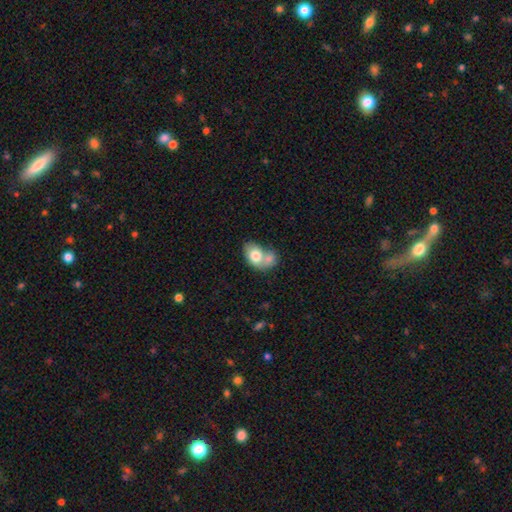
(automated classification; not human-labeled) Smooth or featured: smooth — 74% (featured or disk — 19%)
How rounded: in between — 72% (round — 27%)
Merging: merger — 62% (none — 22%)